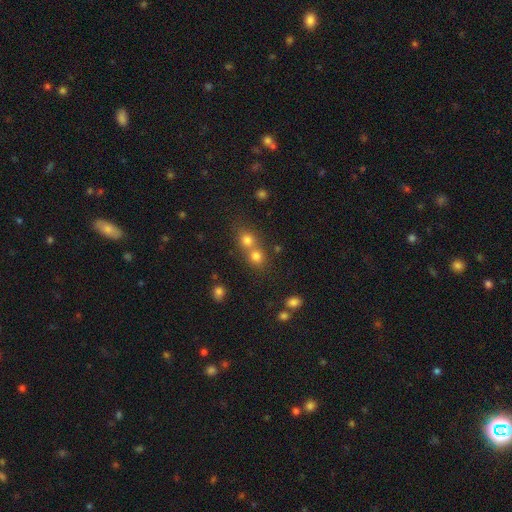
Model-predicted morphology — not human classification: Smooth or featured? Predicted: smooth (p=0.73). How rounded? Predicted: round (p=0.84). Merging? Predicted: merger (p=0.52).